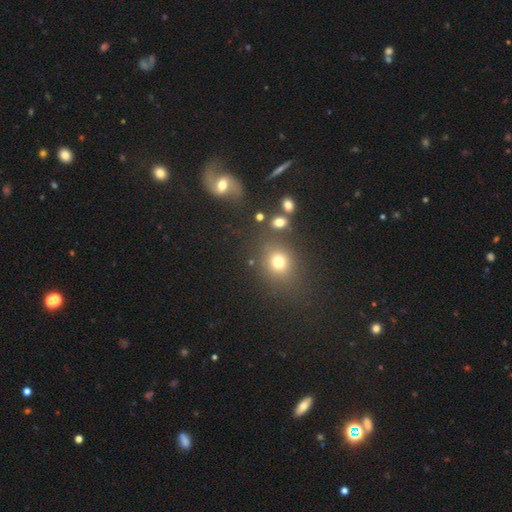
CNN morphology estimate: The model was most divided on "smooth or featured": smooth: 53%, star or artifact: 37%, featured or disk: 11%. More confident: merging — none (72%); how rounded — round (70%).